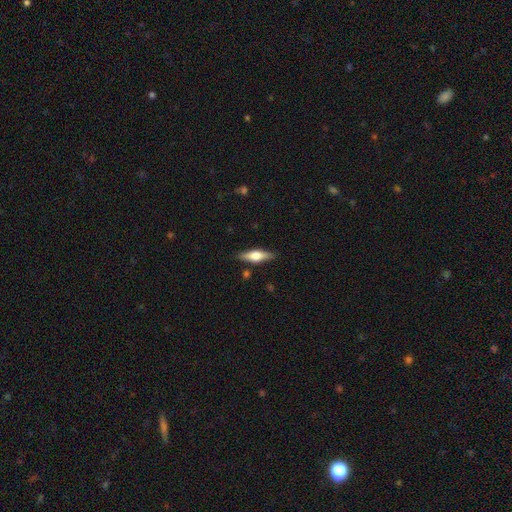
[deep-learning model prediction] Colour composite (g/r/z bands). It shows a featured or disk galaxy (53%) viewed edge-on (94%) with a rounded central bulge (91%). Merging: none (86%).